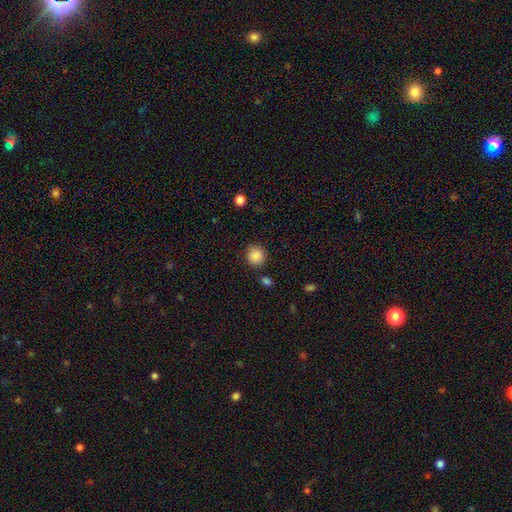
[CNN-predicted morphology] Smooth or featured? Predicted: smooth (p=0.88). How rounded? Predicted: round (p=0.91). Merging? Predicted: none (p=0.87).